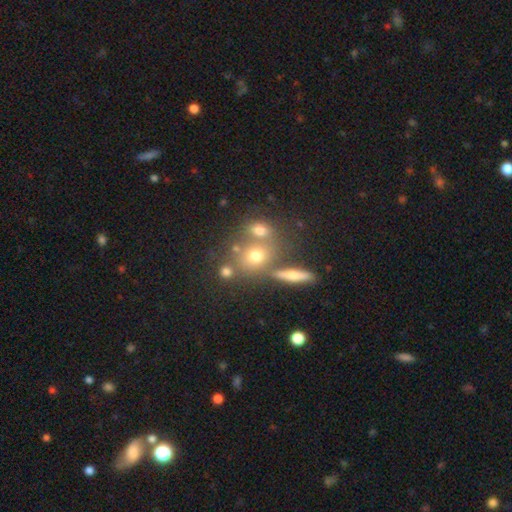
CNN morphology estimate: This is likely a smooth galaxy (61%). How rounded: likely round (66%). Merging: possibly none (50%).